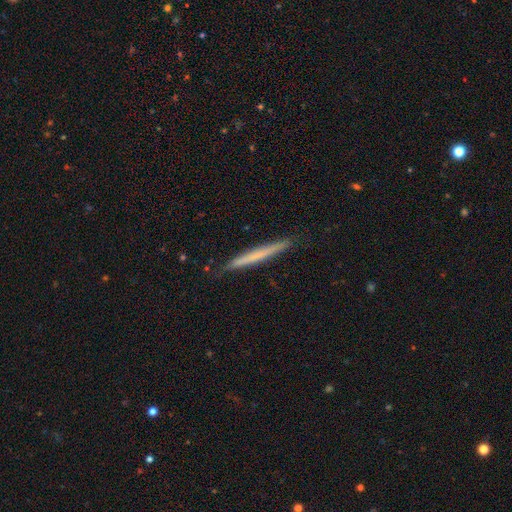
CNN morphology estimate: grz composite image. It shows a smooth galaxy with no disk features (54%) that is cigar-shaped (97%). Merging: none (88%).